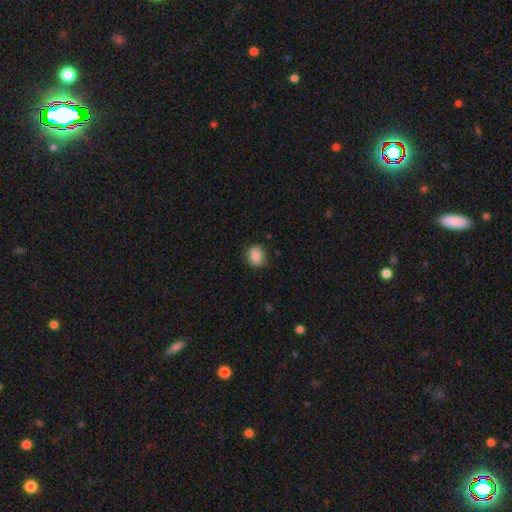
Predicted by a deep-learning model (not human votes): smooth-or-featured: smooth: 88% | star or artifact: 9% | featured or disk: 4%
  how-rounded: round: 64% | in between: 35% | cigar-shaped: 1%
  merging: none: 85% | minor disturbance: 12% | major disturbance: 3% | merger: 1%